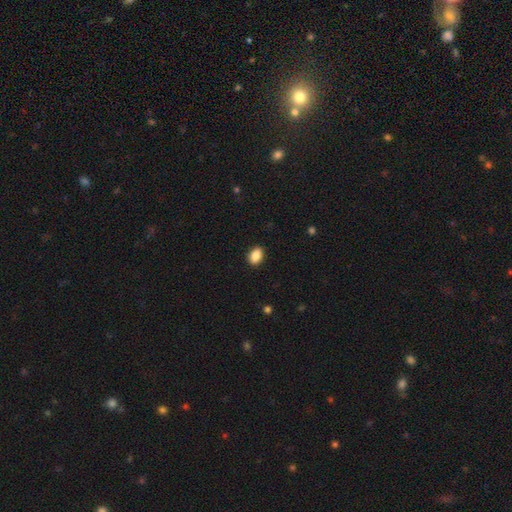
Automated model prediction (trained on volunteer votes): smooth 89%, star or artifact 8%, featured or disk 4%. Down the decision tree: how rounded — in between (84%); merging — none (89%).